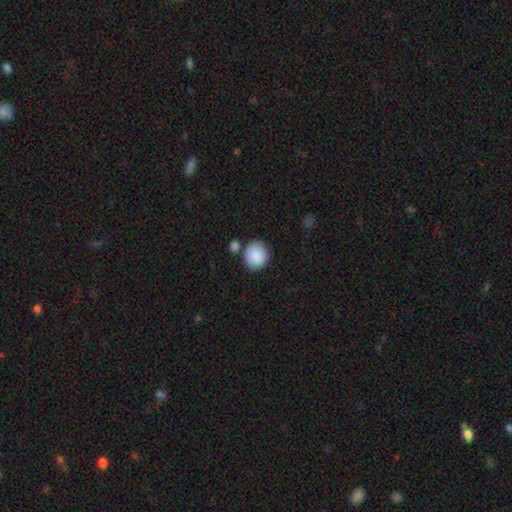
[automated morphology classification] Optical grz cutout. It shows a smooth galaxy with no disk features (89%) that is round (83%). Merging: none (75%).